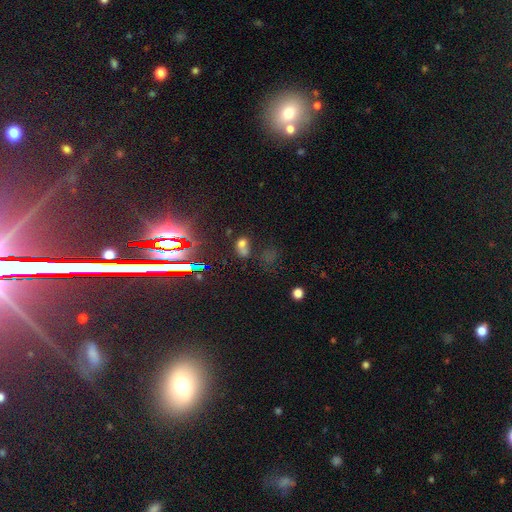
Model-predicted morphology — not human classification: Smooth or featured: star or artifact — 66% (featured or disk — 19%)